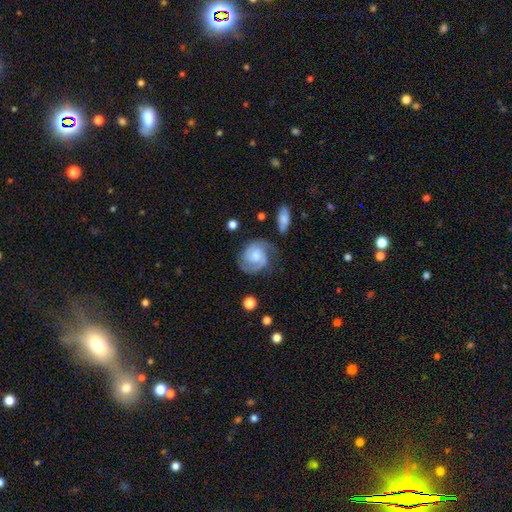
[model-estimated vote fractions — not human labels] Morphology: type=featured or disk (72%); edge-on=no (98%); bar=no (62%); spiral arms=yes (94%); winding=tight (44%); arm count=2 (71%); bulge=small (41%); merging=none (65%).